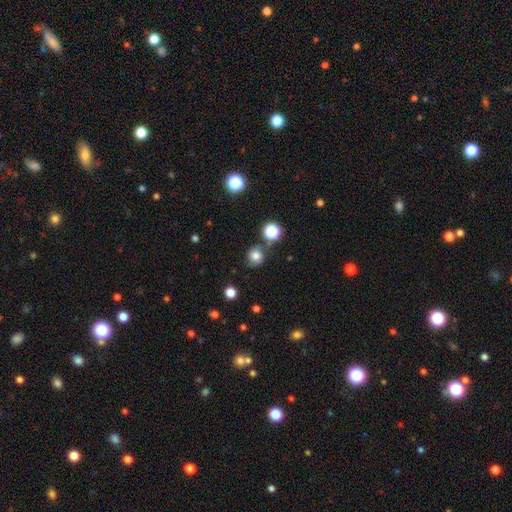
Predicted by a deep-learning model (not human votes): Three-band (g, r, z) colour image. It shows a smooth galaxy with no disk features (73%) that is round (85%). Merging: none (71%).